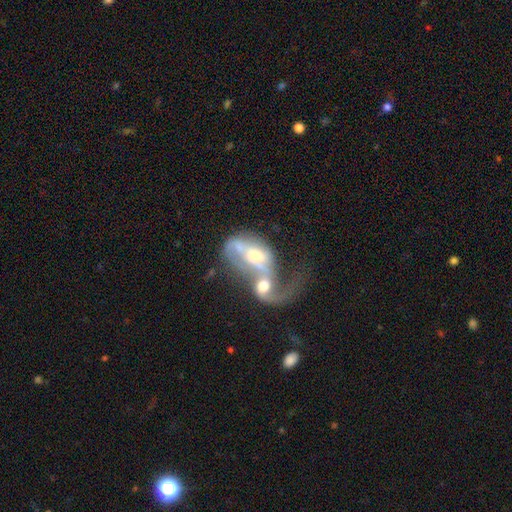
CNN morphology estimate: Smooth or featured?
  - featured or disk: 63% *
  - smooth: 28%
  - star or artifact: 8%
Edge-on disk?
  - no: 95% *
  - yes: 5%
Bar?
  - no: 57% *
  - weak: 30%
  - strong: 13%
Spiral arms?
  - yes: 62% *
  - no: 38%
Bulge size?
  - moderate: 62% *
  - large: 18%
  - small: 13%
  - none: 5%
  - dominant: 2%
Merging?
  - merger: 81% *
  - major disturbance: 11%
  - none: 5%
  - minor disturbance: 3%